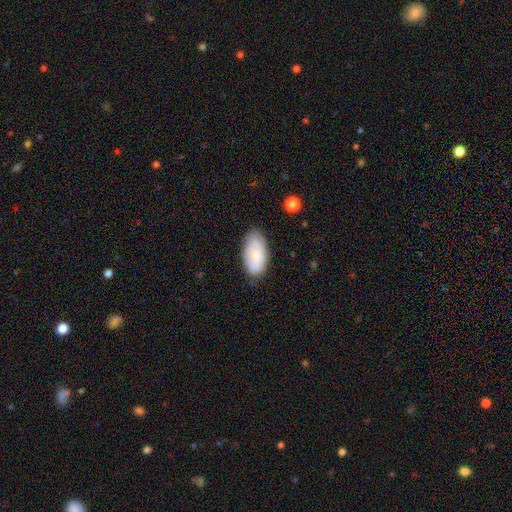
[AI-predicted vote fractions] A smooth galaxy with no disk features (72%) that is in between round and cigar-shaped (94%). Merging: none (75%).